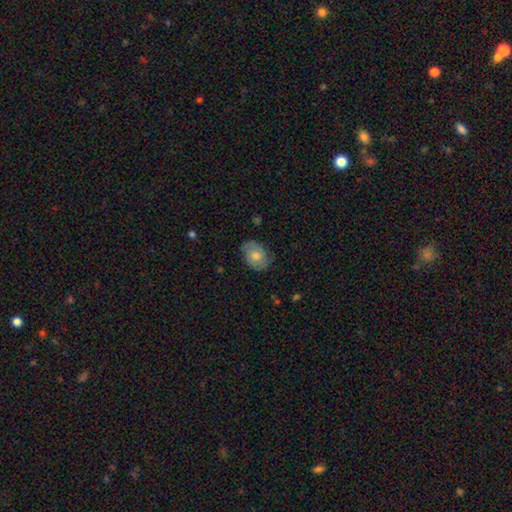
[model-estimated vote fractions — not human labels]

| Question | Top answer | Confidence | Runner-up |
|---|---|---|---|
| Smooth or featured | smooth | 52% | featured or disk (40%) |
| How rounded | in between | 64% | round (35%) |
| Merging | none | 76% | minor disturbance (19%) |